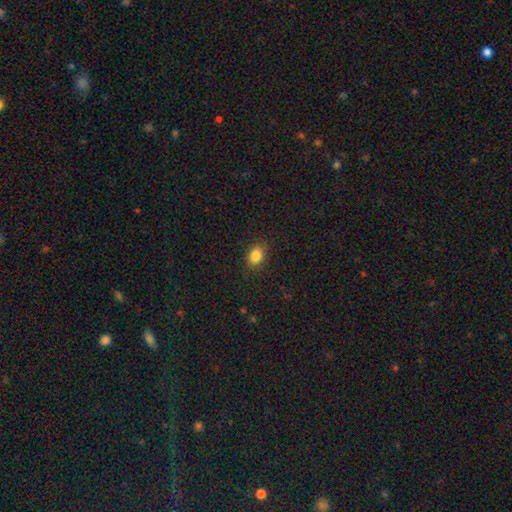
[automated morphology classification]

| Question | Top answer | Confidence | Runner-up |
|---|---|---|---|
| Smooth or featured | smooth | 85% | star or artifact (10%) |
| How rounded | in between | 70% | round (29%) |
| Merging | none | 87% | minor disturbance (9%) |